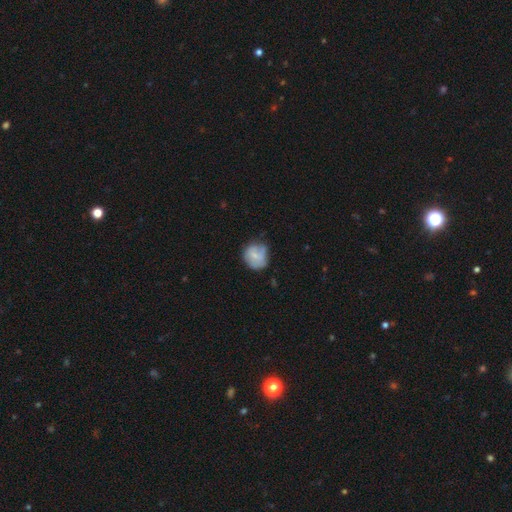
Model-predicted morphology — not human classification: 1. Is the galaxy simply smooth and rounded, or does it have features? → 60% smooth, 32% featured or disk, 8% star or artifact.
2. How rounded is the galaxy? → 78% round, 21% in between, 1% cigar-shaped.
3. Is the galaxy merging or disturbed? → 54% none, 31% minor disturbance, 11% major disturbance, 4% merger.